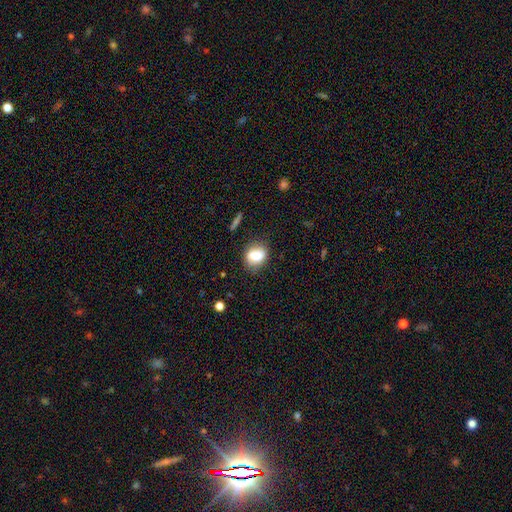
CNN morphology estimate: This is likely a smooth galaxy (74%). How rounded: possibly in between (53%). Merging: likely none (76%).